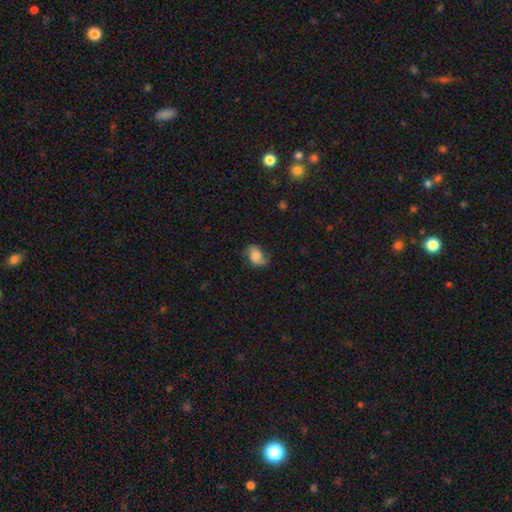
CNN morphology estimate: This is possibly a smooth galaxy (55%). How rounded: likely in between (72%). Merging: likely none (60%).